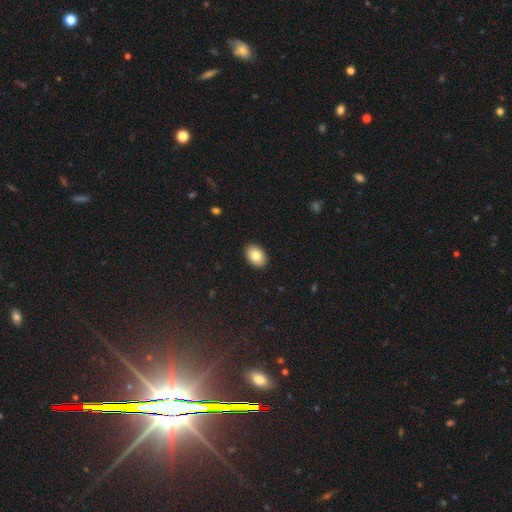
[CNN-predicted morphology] Smooth or featured?
  - smooth: 82% *
  - featured or disk: 10%
  - star or artifact: 8%
How rounded?
  - in between: 85% *
  - round: 14%
  - cigar-shaped: 1%
Merging?
  - none: 91% *
  - minor disturbance: 7%
  - major disturbance: 2%
  - merger: 1%